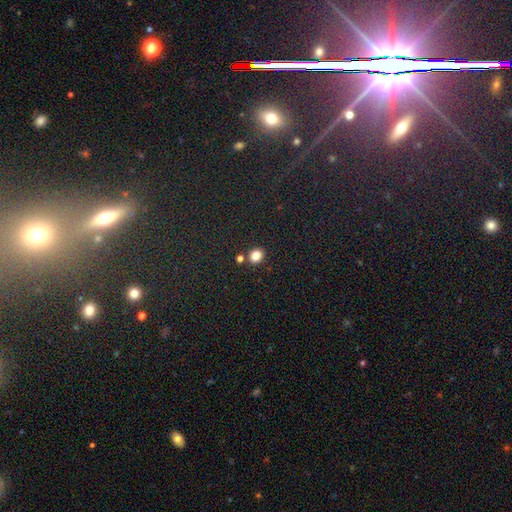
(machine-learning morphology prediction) smooth_or_featured: smooth (p=0.82) [alt: star or artifact p=0.12]
how_rounded: round (p=0.64) [alt: in between p=0.35]
merging: none (p=0.86) [alt: minor disturbance p=0.07]